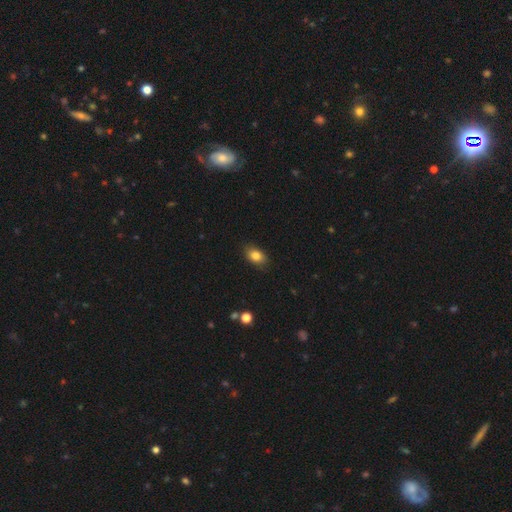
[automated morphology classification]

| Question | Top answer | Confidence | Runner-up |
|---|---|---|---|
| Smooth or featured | smooth | 83% | star or artifact (9%) |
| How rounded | in between | 82% | round (17%) |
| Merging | none | 85% | minor disturbance (12%) |